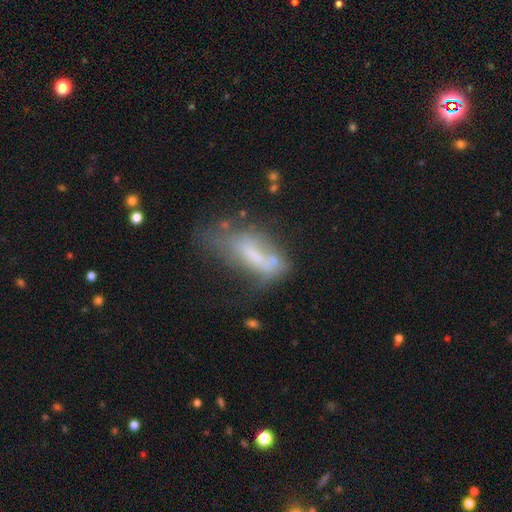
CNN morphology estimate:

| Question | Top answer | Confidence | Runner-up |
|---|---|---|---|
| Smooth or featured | smooth | 48% | featured or disk (41%) |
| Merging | major disturbance | 32% | none (26%) |